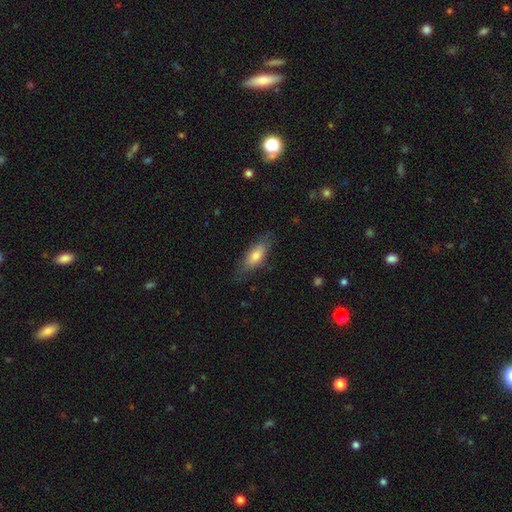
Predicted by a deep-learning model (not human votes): This is likely a smooth galaxy (68%). How rounded: likely in between (65%). Merging: likely none (76%).